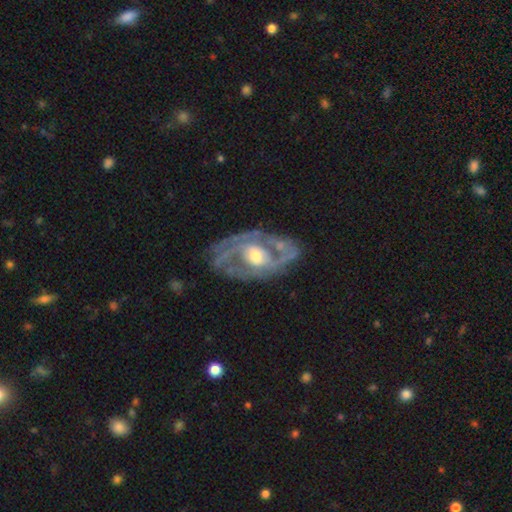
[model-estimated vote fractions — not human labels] Q: Smooth or featured?
A: featured or disk (87%); runner-up: smooth (8%)
Q: Edge-on disk?
A: no (96%); runner-up: yes (4%)
Q: Bar?
A: no (53%); runner-up: weak (34%)
Q: Spiral arms?
A: yes (91%); runner-up: no (9%)
Q: Spiral winding?
A: medium (44%); runner-up: tight (42%)
Q: Spiral arm count?
A: 2 (66%); runner-up: can't tell (14%)
Q: Bulge size?
A: moderate (68%); runner-up: small (21%)
Q: Merging?
A: none (67%); runner-up: minor disturbance (20%)